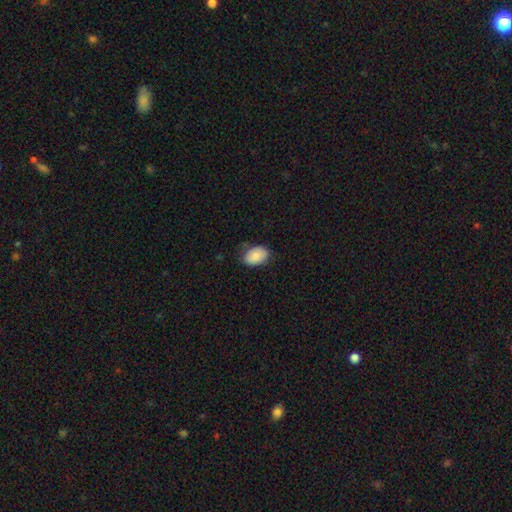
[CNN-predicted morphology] A smooth galaxy with no disk features (84%) that is in between round and cigar-shaped (87%). Merging: none (73%).